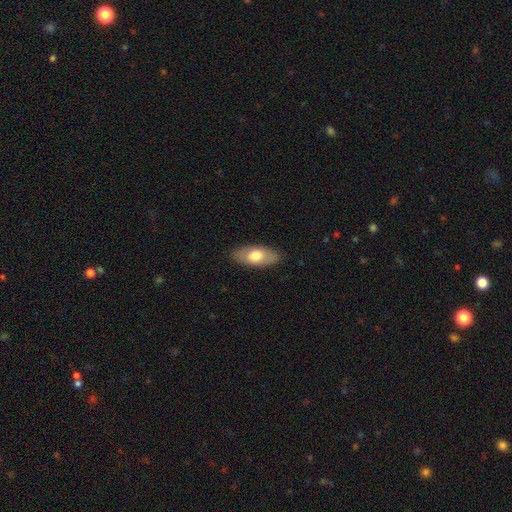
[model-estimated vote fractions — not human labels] smooth 69%, featured or disk 26%, star or artifact 6%. Down the decision tree: how rounded — in between (87%); merging — none (86%).